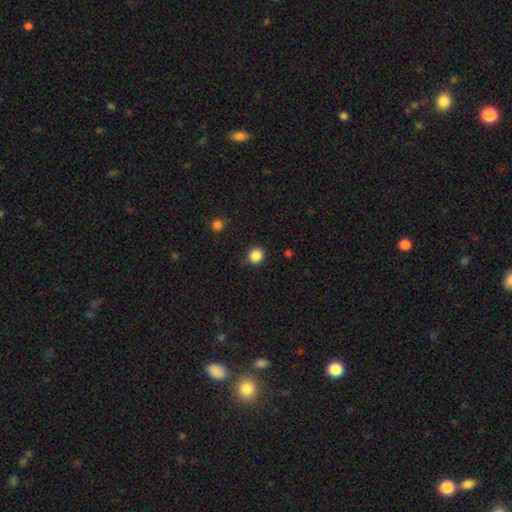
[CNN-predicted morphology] Smooth or featured: smooth — 86% (star or artifact — 11%)
How rounded: round — 88% (in between — 11%)
Merging: none — 82% (minor disturbance — 14%)